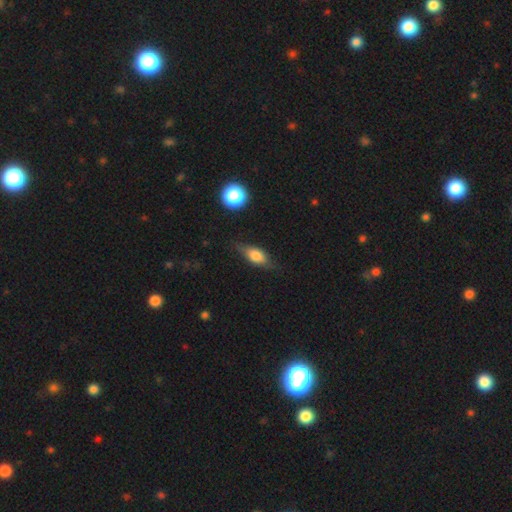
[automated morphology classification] Smooth or featured? smooth (60%)
How rounded? in between (72%)
Merging? none (71%)